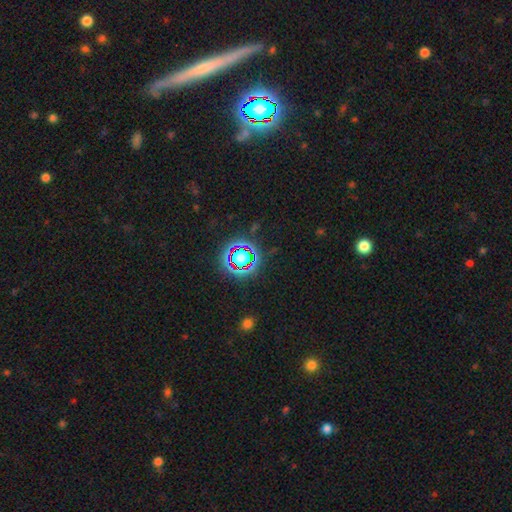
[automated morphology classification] smooth-or-featured: star or artifact: 75% | smooth: 14% | featured or disk: 11%